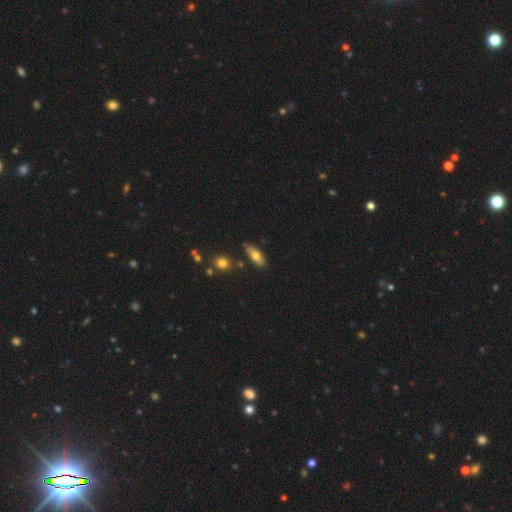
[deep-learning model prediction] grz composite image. It shows a smooth galaxy with no disk features (67%) that is in between round and cigar-shaped (69%). Merging: none (77%).